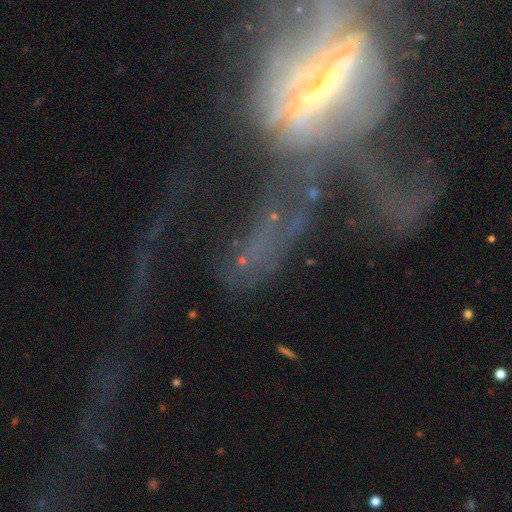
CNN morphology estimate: Smooth or featured? featured or disk (62%)
Edge-on disk? no (75%)
Merging? major disturbance (40%)